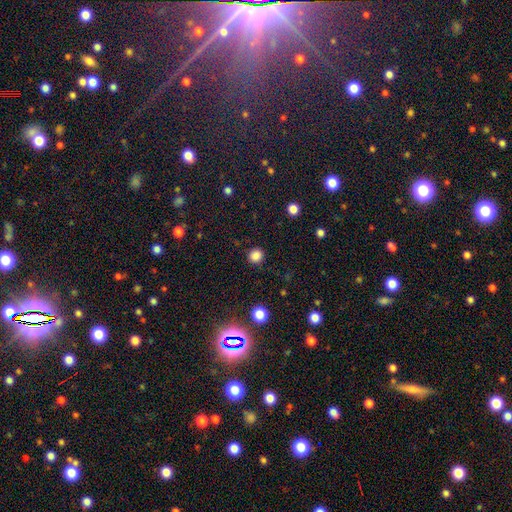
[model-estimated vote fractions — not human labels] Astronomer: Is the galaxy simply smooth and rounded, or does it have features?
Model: smooth — 84%.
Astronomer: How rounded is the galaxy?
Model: round — 91%.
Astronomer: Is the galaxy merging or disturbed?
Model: none — 90%.